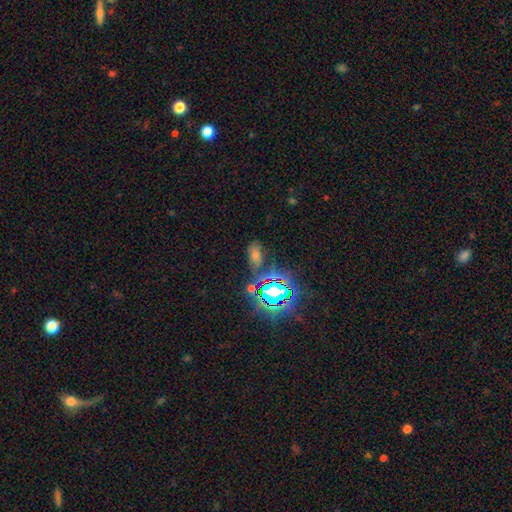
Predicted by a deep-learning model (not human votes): smooth-or-featured: star or artifact: 51% | smooth: 36% | featured or disk: 13%